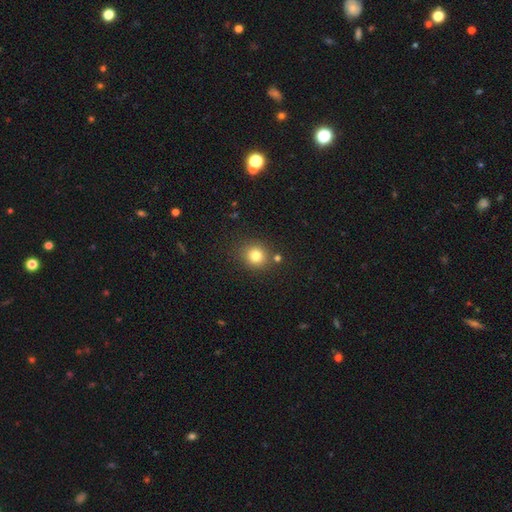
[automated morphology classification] This is likely a smooth galaxy (80%). How rounded: clearly round (85%). Merging: clearly none (81%).